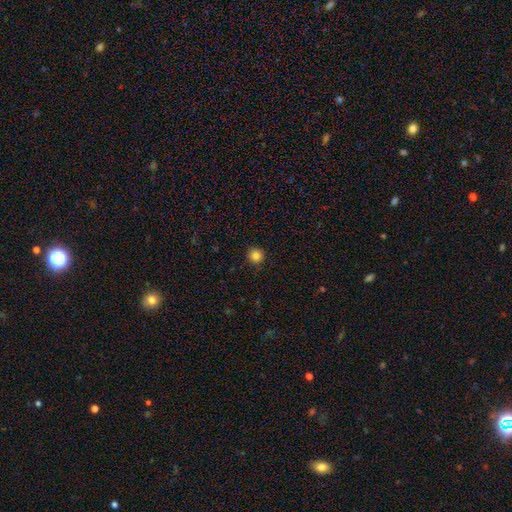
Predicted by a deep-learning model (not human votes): Smooth or featured? smooth (84%)
How rounded? round (95%)
Merging? none (91%)